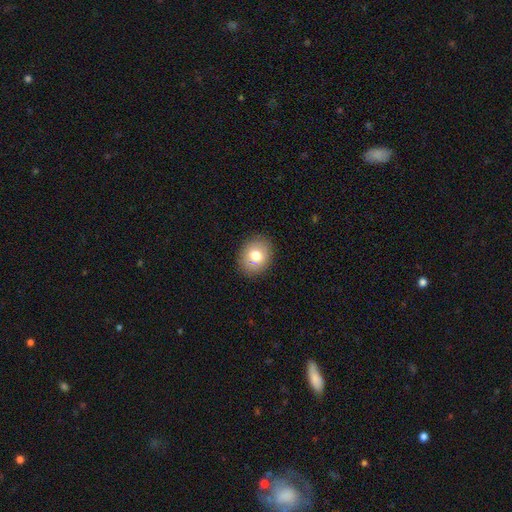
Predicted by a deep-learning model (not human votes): Smooth or featured?
  - smooth: 75% *
  - featured or disk: 16%
  - star or artifact: 9%
How rounded?
  - round: 56% *
  - in between: 43%
  - cigar-shaped: 1%
Merging?
  - none: 88% *
  - minor disturbance: 9%
  - major disturbance: 3%
  - merger: 1%